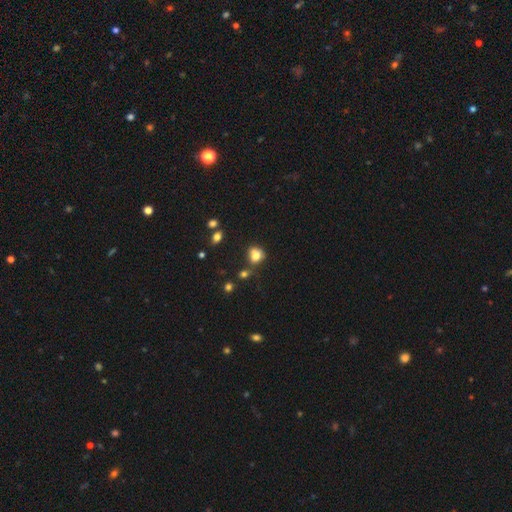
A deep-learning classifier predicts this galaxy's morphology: smooth 77%, star or artifact 13%, featured or disk 10%. Down the decision tree: how rounded — round (65%); merging — none (57%).